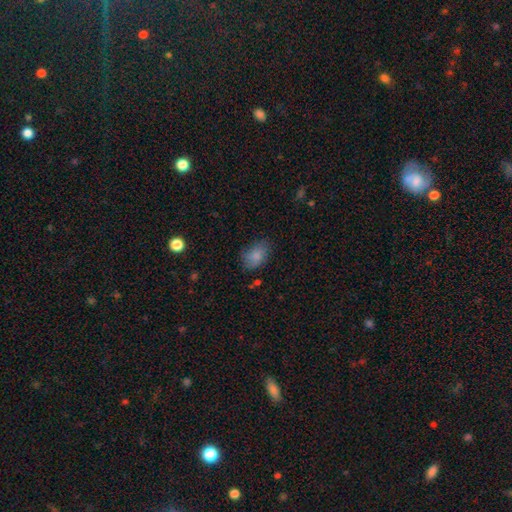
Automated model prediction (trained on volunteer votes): This appears to be a smooth galaxy with no disk features (82%) that is in between round and cigar-shaped (83%). Merging: none (69%).